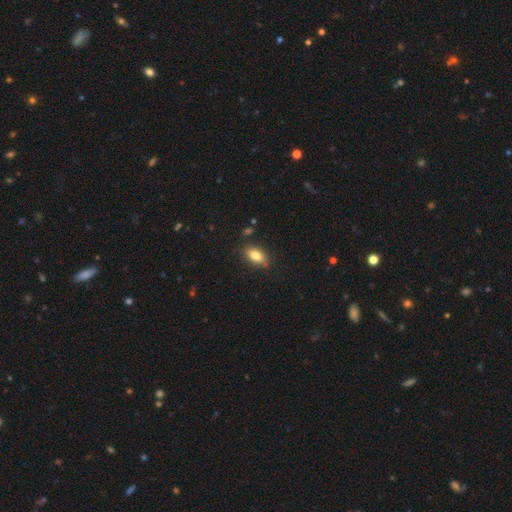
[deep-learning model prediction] smooth_or_featured: smooth (p=0.81) [alt: featured or disk p=0.11]
how_rounded: in between (p=0.88) [alt: cigar-shaped p=0.06]
merging: none (p=0.82) [alt: minor disturbance p=0.13]